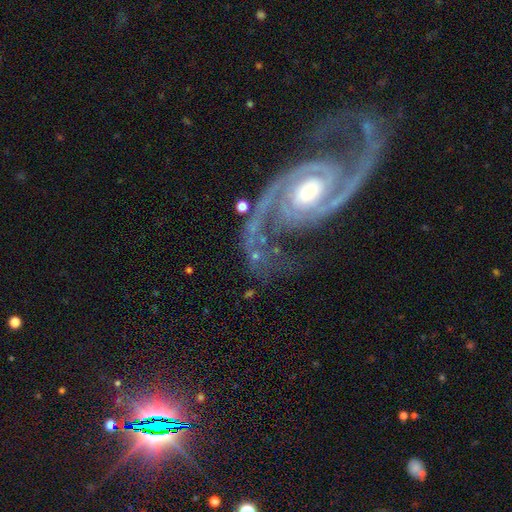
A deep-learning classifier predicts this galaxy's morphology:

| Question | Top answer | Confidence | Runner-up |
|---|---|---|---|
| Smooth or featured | featured or disk | 91% | star or artifact (5%) |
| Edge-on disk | no | 97% | yes (3%) |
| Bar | no | 56% | weak (28%) |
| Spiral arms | yes | 98% | no (2%) |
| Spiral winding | medium | 43% | tied: tight (43%) |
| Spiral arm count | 2 | 84% | 3 (4%) |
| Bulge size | moderate | 49% | small (42%) |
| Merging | none | 62% | major disturbance (18%) |